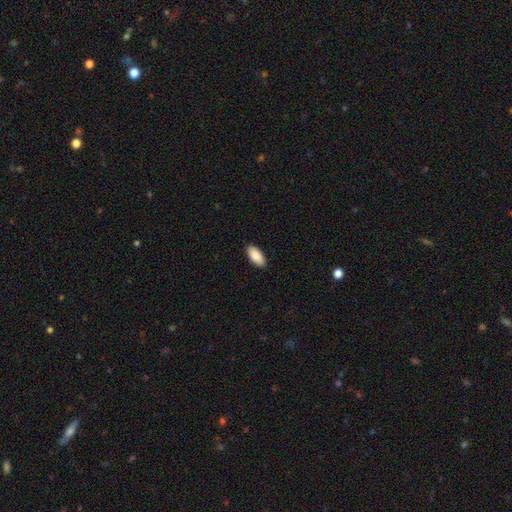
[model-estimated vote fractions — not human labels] smooth_or_featured: smooth (p=0.89) [alt: star or artifact p=0.06]
how_rounded: in between (p=0.91) [alt: cigar-shaped p=0.07]
merging: none (p=0.90) [alt: minor disturbance p=0.08]